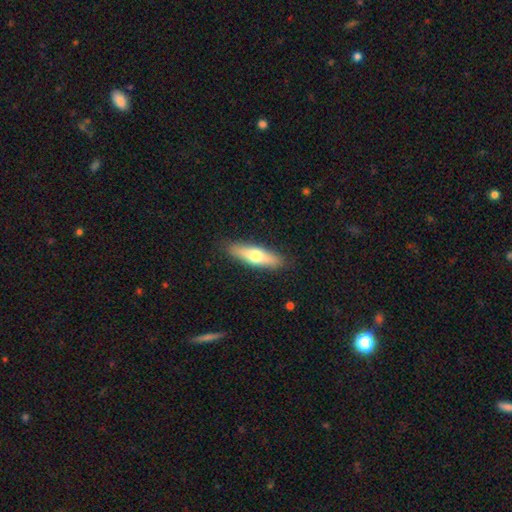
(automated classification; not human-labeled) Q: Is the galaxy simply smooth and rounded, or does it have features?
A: smooth — 62%.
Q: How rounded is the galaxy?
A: cigar-shaped — 63%.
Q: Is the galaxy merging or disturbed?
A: none — 88%.